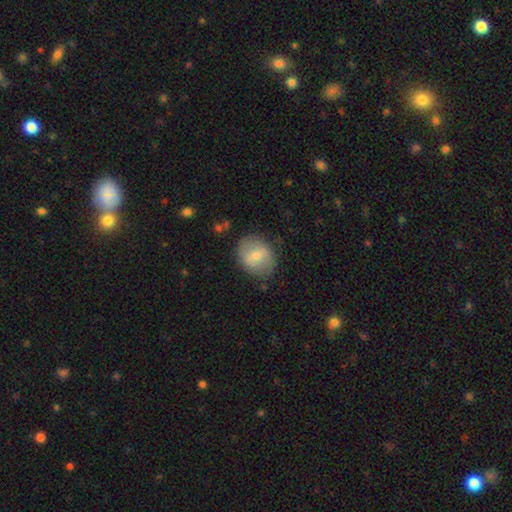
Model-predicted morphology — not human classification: smooth 61%, featured or disk 32%, star or artifact 7%. Down the decision tree: how rounded — round (56%); merging — none (79%).